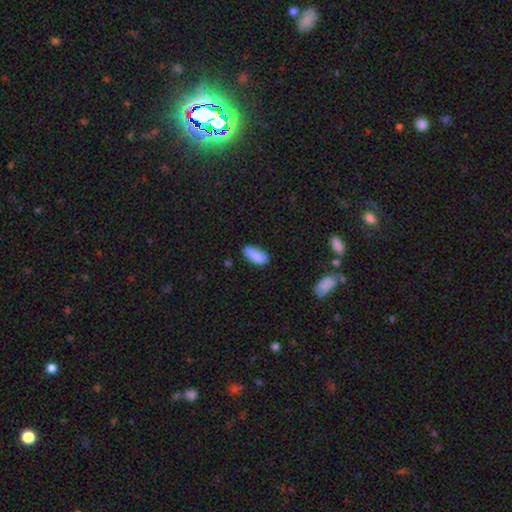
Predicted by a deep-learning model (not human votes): Morphology: type=smooth (88%); roundness=in between (86%); merging=none (78%).